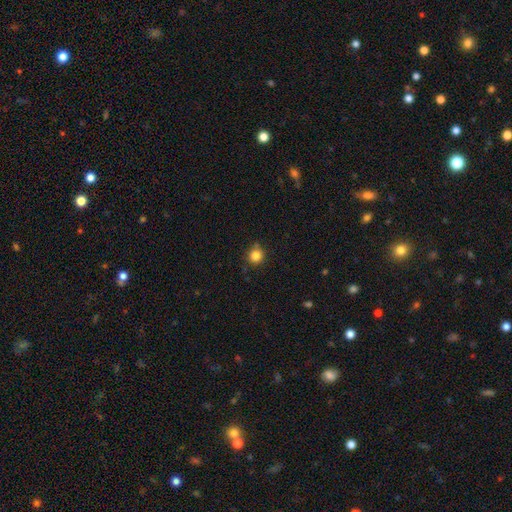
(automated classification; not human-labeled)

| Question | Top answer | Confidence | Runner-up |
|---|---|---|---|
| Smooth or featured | smooth | 84% | star or artifact (12%) |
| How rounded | round | 93% | in between (7%) |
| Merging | none | 81% | minor disturbance (13%) |